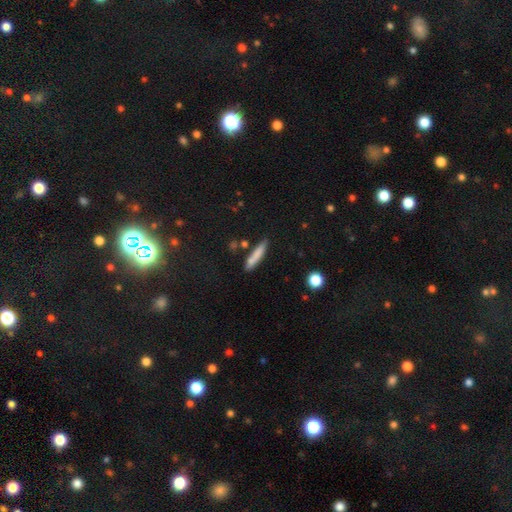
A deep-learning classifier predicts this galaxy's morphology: A smooth galaxy with no disk features (77%) that is cigar-shaped (88%). Merging: none (76%).